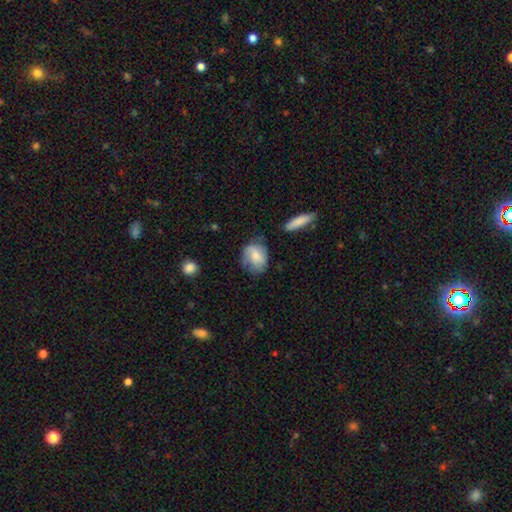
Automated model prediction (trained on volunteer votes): Q: Smooth or featured?
A: smooth (65%); runner-up: featured or disk (28%)
Q: How rounded?
A: in between (58%); runner-up: round (40%)
Q: Merging?
A: none (58%); runner-up: minor disturbance (29%)